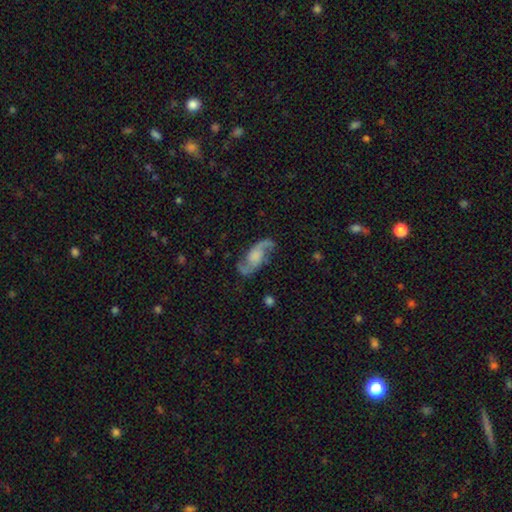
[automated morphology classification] smooth-or-featured: featured or disk: 85% | smooth: 9% | star or artifact: 6%
  disk-edge-on: no: 95% | yes: 5%
    bar: no: 57% | weak: 35% | strong: 8%
    has-spiral-arms: yes: 96% | no: 4%
      spiral-winding: loose: 50% | medium: 41% | tight: 10%
      spiral-arm-count: 2: 93% | can't tell: 2% | 1: 2% | 3: 1% | 4: 1% | more than 4: 1%
    bulge-size: none: 33% | moderate: 24% | small: 21% | large: 19% | dominant: 3%
  merging: none: 77% | minor disturbance: 15% | major disturbance: 7% | merger: 2%